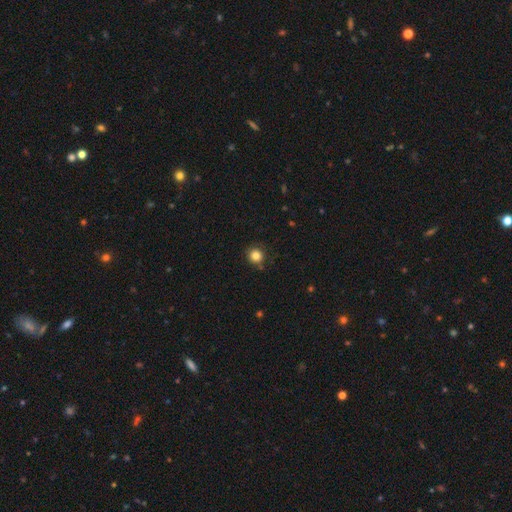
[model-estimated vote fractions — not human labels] A smooth galaxy with no disk features (84%) that is round (92%).

Vote fractions:
- Smooth or featured? smooth: 84% / star or artifact: 12% / featured or disk: 5%
- How rounded? round: 92% / in between: 7% / cigar-shaped: 1%
- Merging? none: 86% / minor disturbance: 9% / merger: 3% / major disturbance: 2%